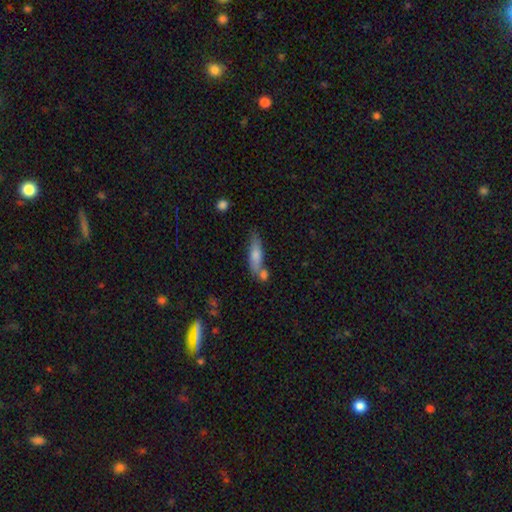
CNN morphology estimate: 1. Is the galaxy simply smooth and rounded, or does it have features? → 69% smooth, 24% featured or disk, 7% star or artifact.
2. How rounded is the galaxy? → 57% cigar-shaped, 40% in between, 3% round.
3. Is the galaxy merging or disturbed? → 49% none, 25% merger, 19% minor disturbance, 7% major disturbance.